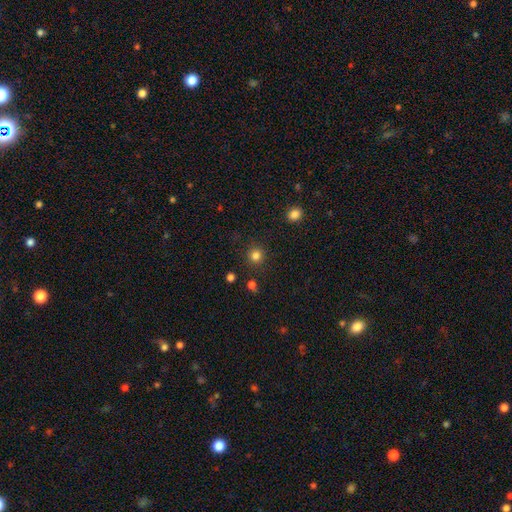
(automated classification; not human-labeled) This appears to be a smooth galaxy with no disk features (82%) that is round (93%). Merging: none (88%).